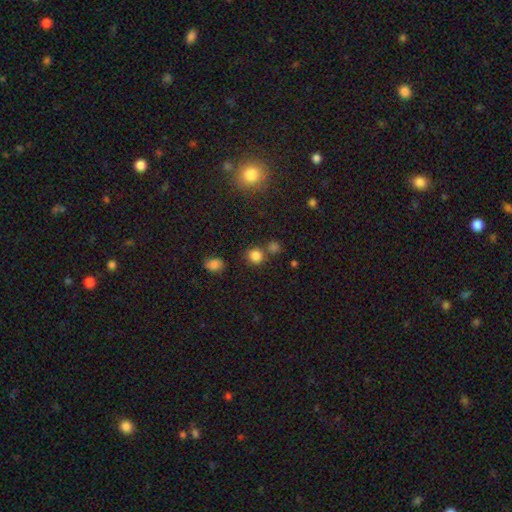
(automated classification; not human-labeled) This is clearly a smooth galaxy (81%). How rounded: clearly round (86%). Merging: likely none (72%).